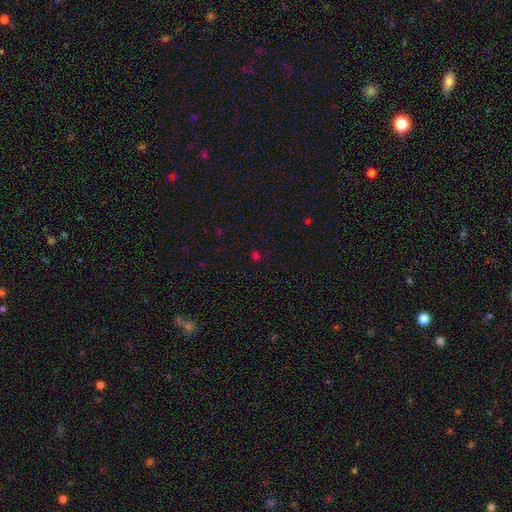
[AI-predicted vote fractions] smooth_or_featured: smooth (p=0.56) [alt: star or artifact p=0.38]
how_rounded: round (p=0.70) [alt: in between p=0.29]
merging: none (p=0.81) [alt: minor disturbance p=0.11]